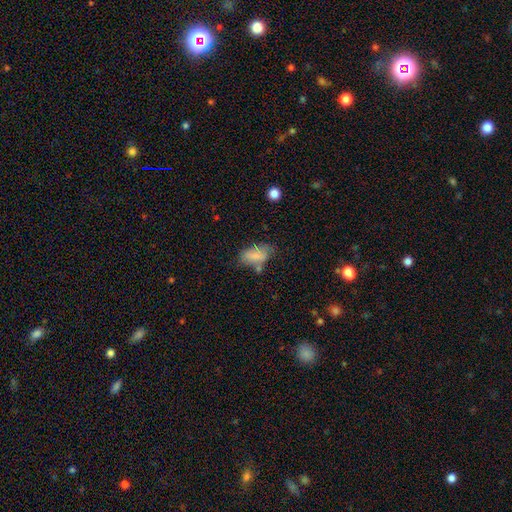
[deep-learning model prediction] Morphology: type=smooth (75%); roundness=in between (89%); merging=none (49%).